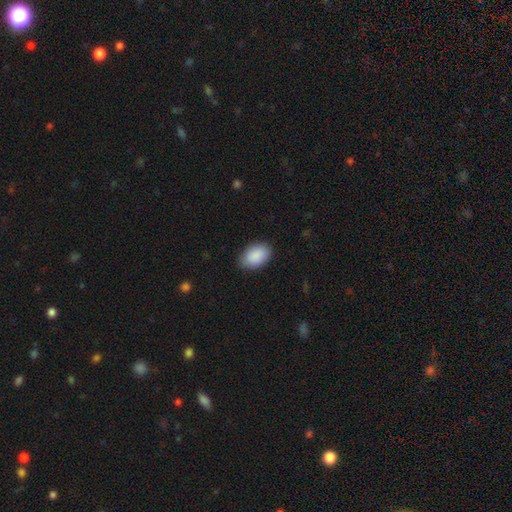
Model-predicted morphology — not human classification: The model was most divided on "merging": none: 84%, minor disturbance: 12%, major disturbance: 2%, merger: 1%. More confident: how rounded — in between (90%); smooth or featured — smooth (90%).